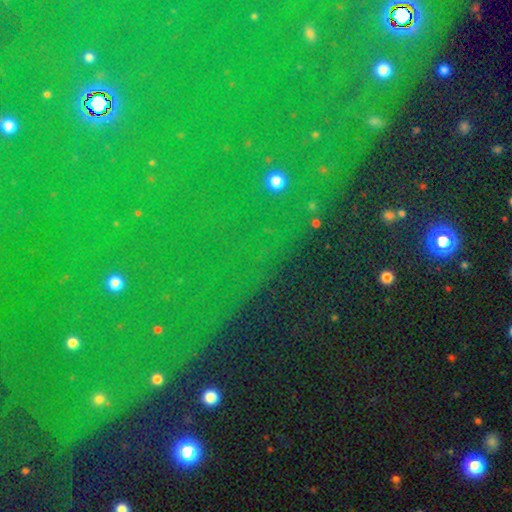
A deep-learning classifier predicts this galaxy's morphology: This appears to be a star or artifact, not a galaxy (82%).